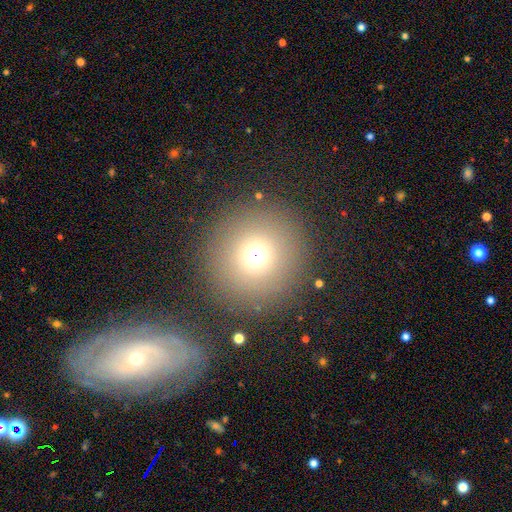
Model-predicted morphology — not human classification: This is likely a smooth galaxy (70%). How rounded: clearly round (96%). Merging: clearly none (87%).